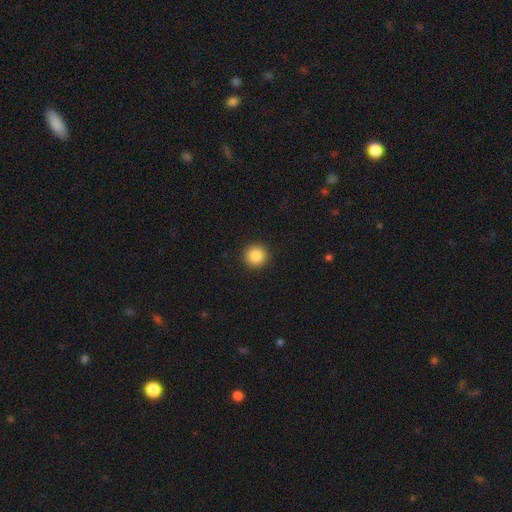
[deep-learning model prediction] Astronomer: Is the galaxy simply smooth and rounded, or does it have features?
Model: smooth — 86%.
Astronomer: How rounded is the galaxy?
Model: round — 94%.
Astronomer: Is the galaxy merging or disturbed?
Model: none — 92%.